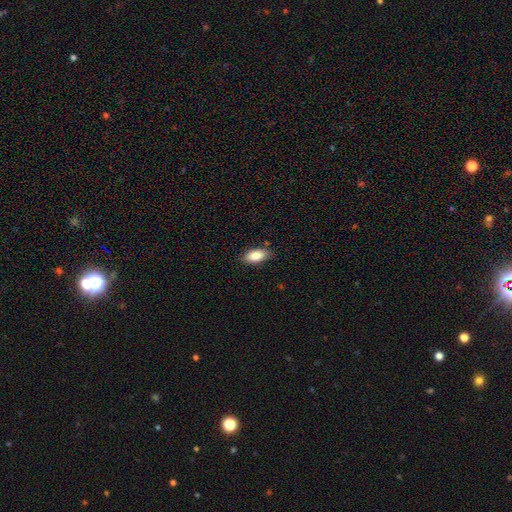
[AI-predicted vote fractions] Q: Smooth or featured?
A: smooth (87%); runner-up: star or artifact (7%)
Q: How rounded?
A: in between (90%); runner-up: cigar-shaped (6%)
Q: Merging?
A: none (81%); runner-up: minor disturbance (15%)